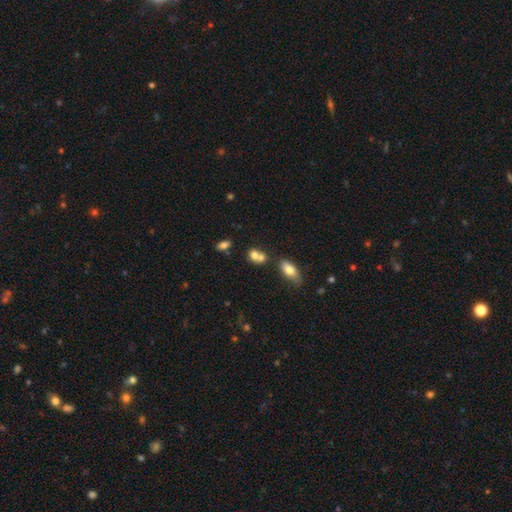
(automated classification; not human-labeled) A smooth galaxy with no disk features (73%) that is round (49%).

Vote fractions:
- Smooth or featured? smooth: 73% / featured or disk: 15% / star or artifact: 12%
- How rounded? round: 49% / in between: 48% / cigar-shaped: 3%
- Merging? merger: 54% / none: 32% / minor disturbance: 10% / major disturbance: 4%